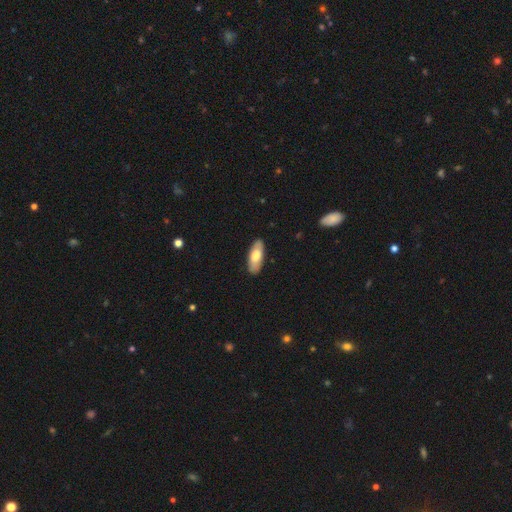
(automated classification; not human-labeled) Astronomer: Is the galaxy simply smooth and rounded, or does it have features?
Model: smooth — 69%.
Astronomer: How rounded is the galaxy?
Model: in between — 79%.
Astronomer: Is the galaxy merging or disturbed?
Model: none — 87%.